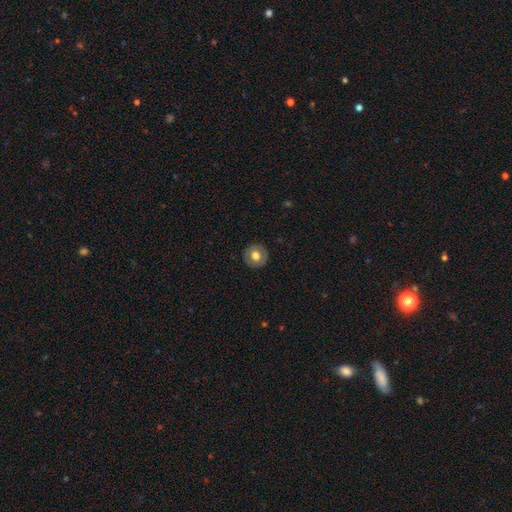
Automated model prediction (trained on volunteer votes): smooth 62%, featured or disk 31%, star or artifact 7%. Down the decision tree: how rounded — round (92%); merging — none (89%).